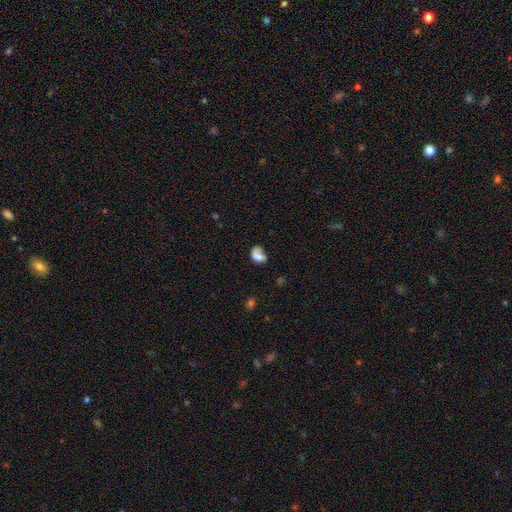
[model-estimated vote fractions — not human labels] Smooth or featured?
  - smooth: 69% *
  - featured or disk: 20%
  - star or artifact: 11%
How rounded?
  - in between: 78% *
  - round: 20%
  - cigar-shaped: 2%
Merging?
  - none: 33% *
  - minor disturbance: 25%
  - major disturbance: 25%
  - merger: 17%